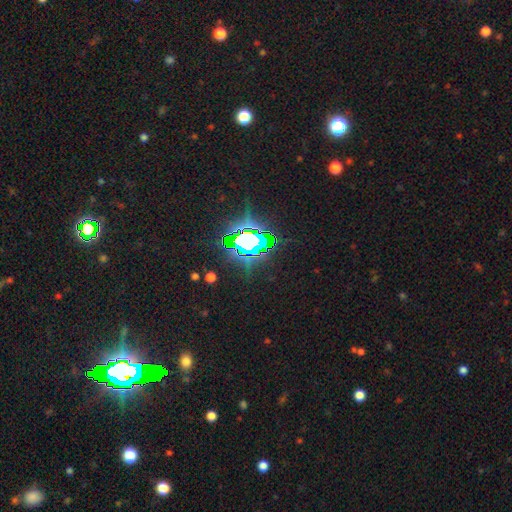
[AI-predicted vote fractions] star or artifact 82%, smooth 10%, featured or disk 8%.